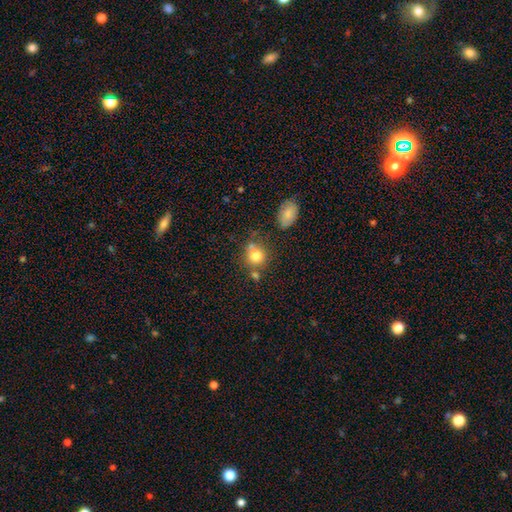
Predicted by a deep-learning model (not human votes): Smooth or featured?
  - smooth: 79% *
  - star or artifact: 11%
  - featured or disk: 11%
How rounded?
  - round: 83% *
  - in between: 16%
  - cigar-shaped: 1%
Merging?
  - none: 59% *
  - merger: 23%
  - minor disturbance: 13%
  - major disturbance: 5%